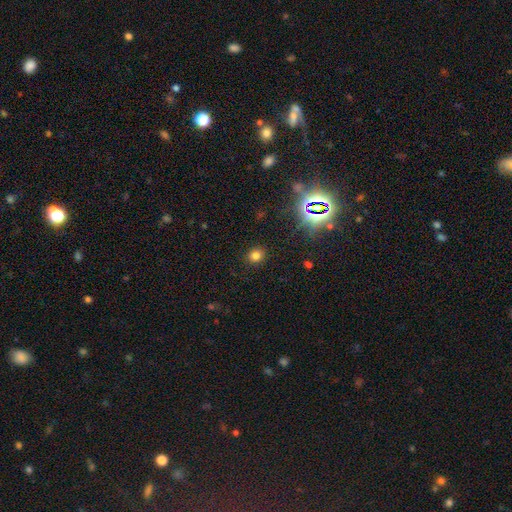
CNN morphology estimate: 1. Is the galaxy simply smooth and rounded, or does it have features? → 76% smooth, 18% star or artifact, 6% featured or disk.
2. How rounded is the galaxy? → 76% round, 23% in between, 1% cigar-shaped.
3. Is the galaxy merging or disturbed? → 90% none, 7% minor disturbance, 3% major disturbance, 1% merger.